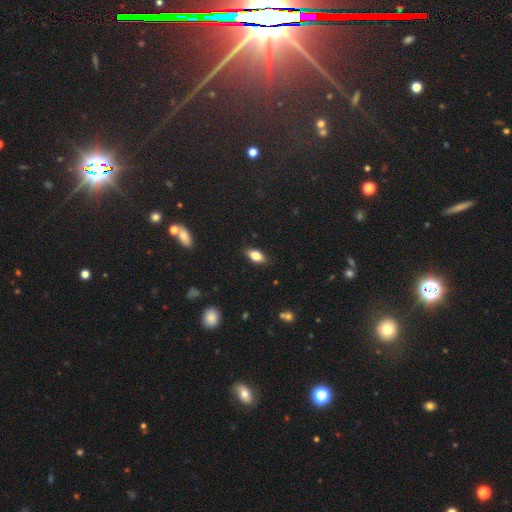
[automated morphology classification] This is likely a smooth galaxy (77%). How rounded: clearly in between (86%). Merging: clearly none (86%).